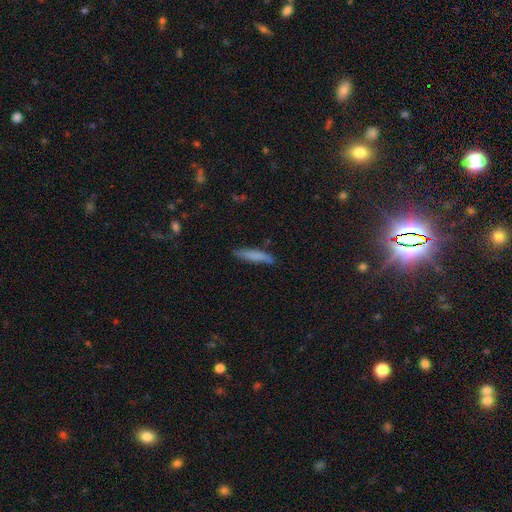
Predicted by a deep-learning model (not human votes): Overall: smooth (74%). How rounded: cigar-shaped (89%). Merging: none (76%).